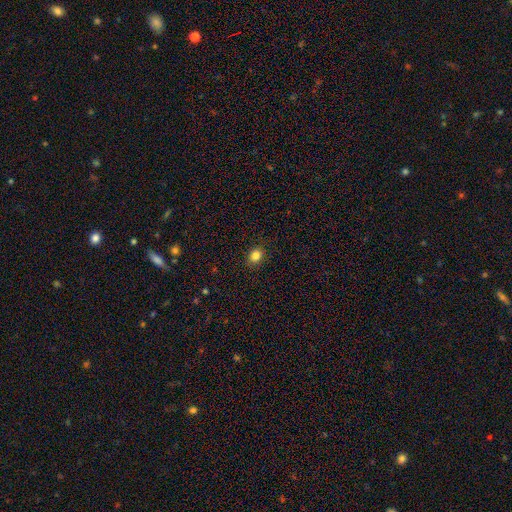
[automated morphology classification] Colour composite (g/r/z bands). It shows a smooth galaxy with no disk features (84%) that is round (56%). Merging: none (89%).